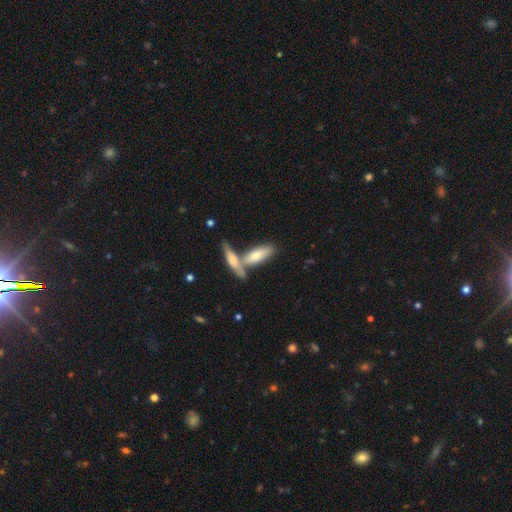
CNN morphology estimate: The model was most divided on "merging": merger: 44%, none: 43%, minor disturbance: 9%, major disturbance: 3%. More confident: smooth or featured — smooth (62%); how rounded — in between (56%).